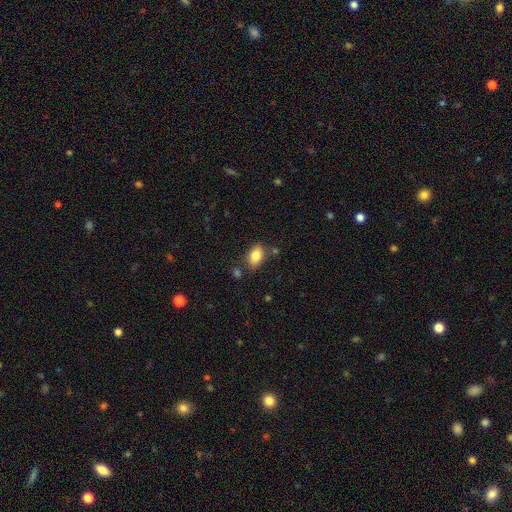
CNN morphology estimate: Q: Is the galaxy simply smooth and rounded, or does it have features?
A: smooth — 83%.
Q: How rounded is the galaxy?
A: in between — 87%.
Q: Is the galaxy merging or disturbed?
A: none — 76%.